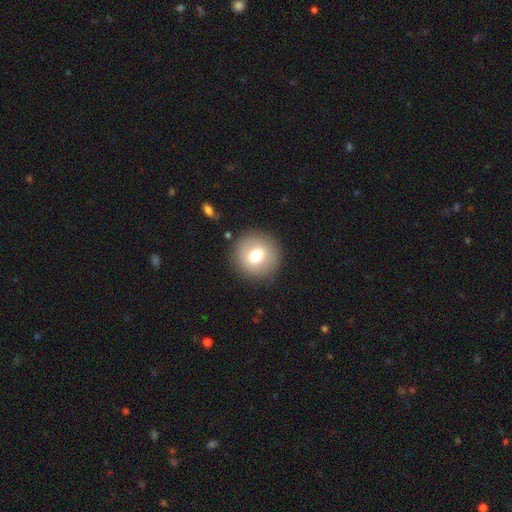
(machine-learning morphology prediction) Q: Smooth or featured?
A: smooth (73%); runner-up: featured or disk (18%)
Q: How rounded?
A: round (95%); runner-up: in between (4%)
Q: Merging?
A: none (89%); runner-up: minor disturbance (7%)